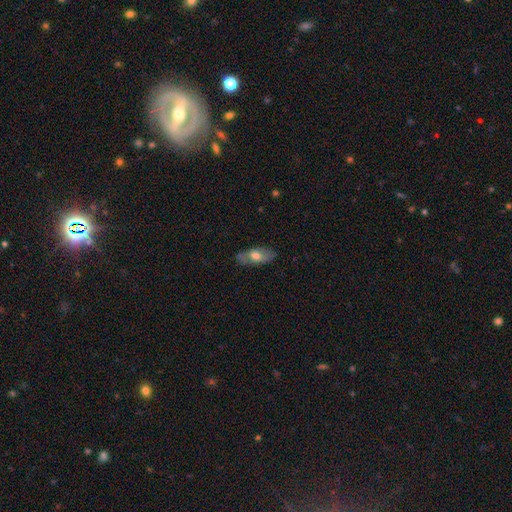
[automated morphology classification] Q: Smooth or featured?
A: smooth (60%); runner-up: featured or disk (34%)
Q: How rounded?
A: in between (85%); runner-up: cigar-shaped (11%)
Q: Merging?
A: none (75%); runner-up: minor disturbance (18%)